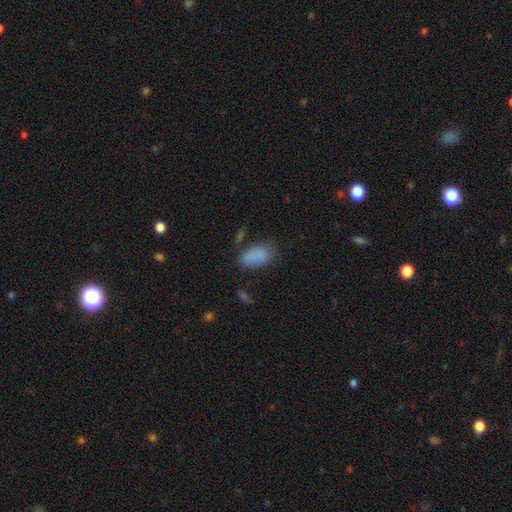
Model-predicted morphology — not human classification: Smooth or featured? smooth (85%)
How rounded? in between (92%)
Merging? none (64%)